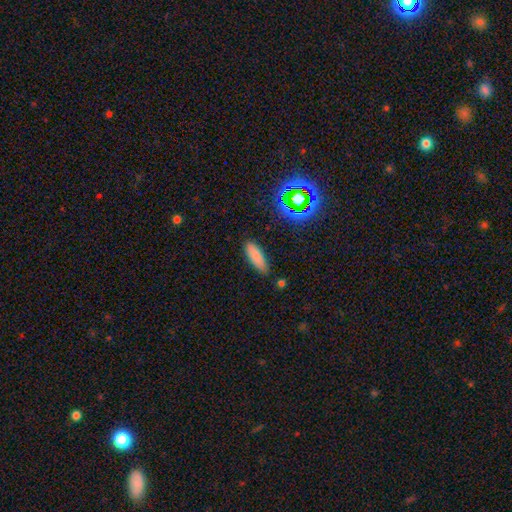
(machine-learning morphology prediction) smooth_or_featured: smooth (p=0.80) [alt: star or artifact p=0.12]
how_rounded: in between (p=0.51) [alt: cigar-shaped p=0.47]
merging: none (p=0.84) [alt: minor disturbance p=0.12]